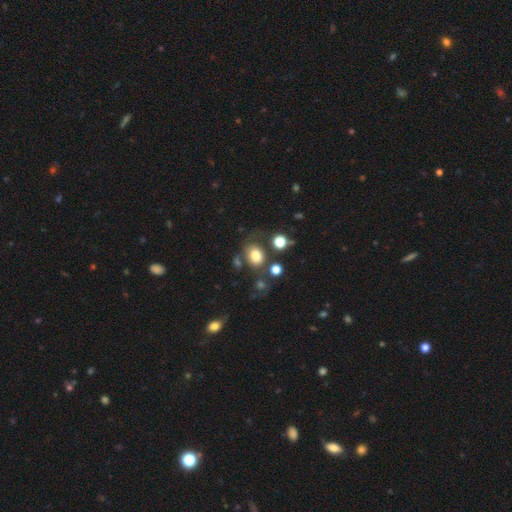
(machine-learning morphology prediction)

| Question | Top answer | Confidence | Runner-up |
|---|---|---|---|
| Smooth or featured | smooth | 78% | star or artifact (12%) |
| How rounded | in between | 54% | round (45%) |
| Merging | none | 59% | minor disturbance (19%) |